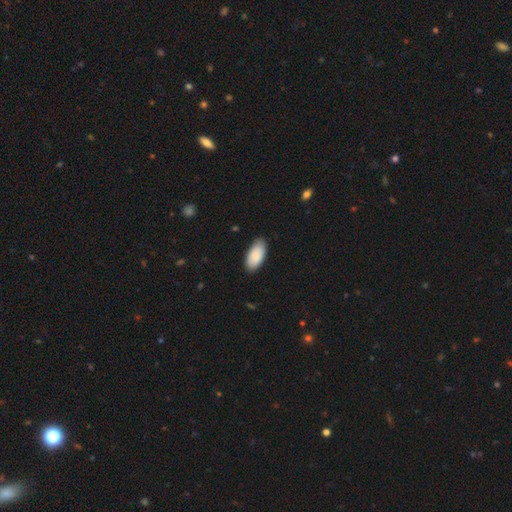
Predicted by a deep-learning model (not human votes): Smooth or featured: smooth — 87% (featured or disk — 8%)
How rounded: in between — 95% (cigar-shaped — 3%)
Merging: none — 83% (minor disturbance — 14%)